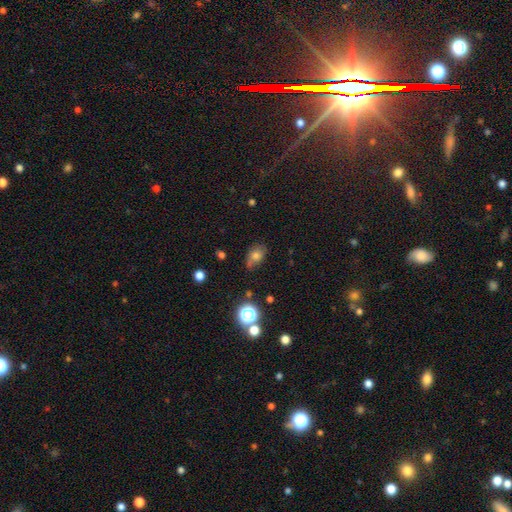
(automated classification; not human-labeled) Morphology: type=smooth (72%); roundness=in between (70%); merging=none (55%).